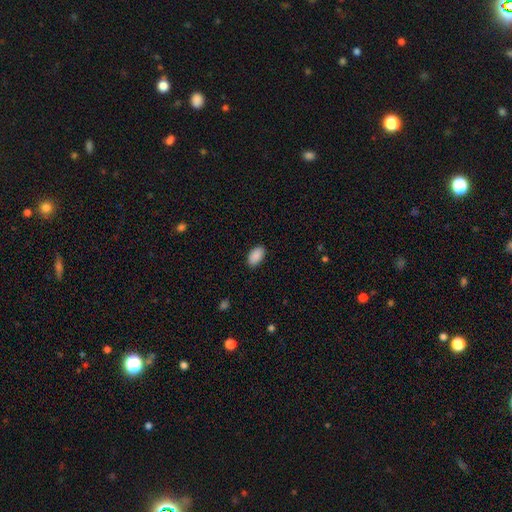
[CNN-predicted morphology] Smooth or featured?
  - smooth: 90% *
  - star or artifact: 7%
  - featured or disk: 3%
How rounded?
  - in between: 94% *
  - round: 4%
  - cigar-shaped: 2%
Merging?
  - none: 88% *
  - minor disturbance: 8%
  - major disturbance: 2%
  - merger: 1%